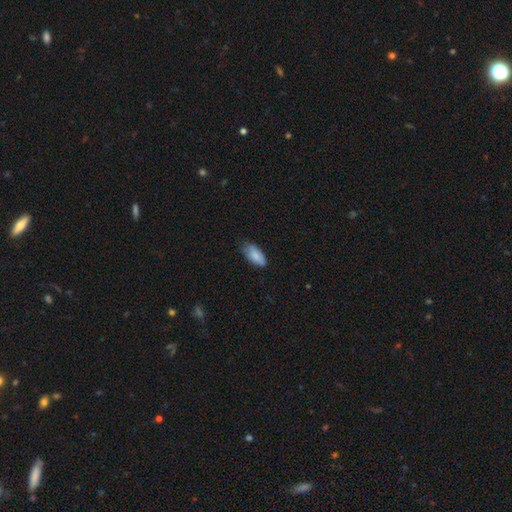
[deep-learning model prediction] Smooth or featured?
  - smooth: 85% *
  - featured or disk: 9%
  - star or artifact: 6%
How rounded?
  - in between: 90% *
  - cigar-shaped: 8%
  - round: 2%
Merging?
  - none: 66% *
  - minor disturbance: 28%
  - major disturbance: 4%
  - merger: 1%